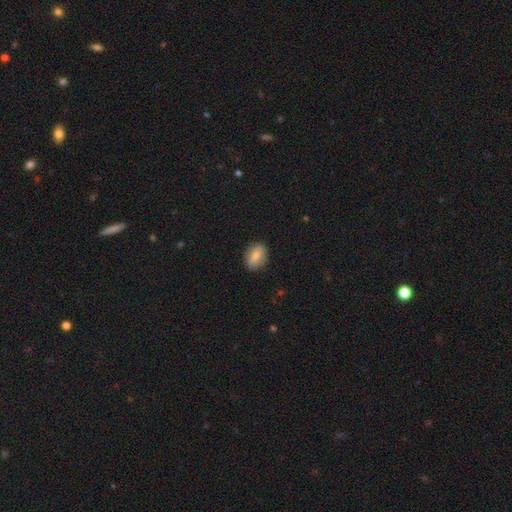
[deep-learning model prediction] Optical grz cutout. It shows a smooth galaxy with no disk features (65%) that is in between round and cigar-shaped (71%). Merging: none (86%).